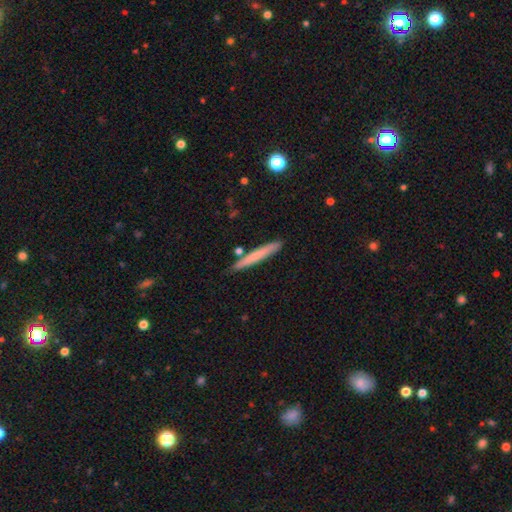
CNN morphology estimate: smooth_or_featured: smooth (p=0.65) [alt: featured or disk p=0.29]
how_rounded: cigar-shaped (p=0.96) [alt: in between p=0.03]
merging: none (p=0.84) [alt: minor disturbance p=0.10]